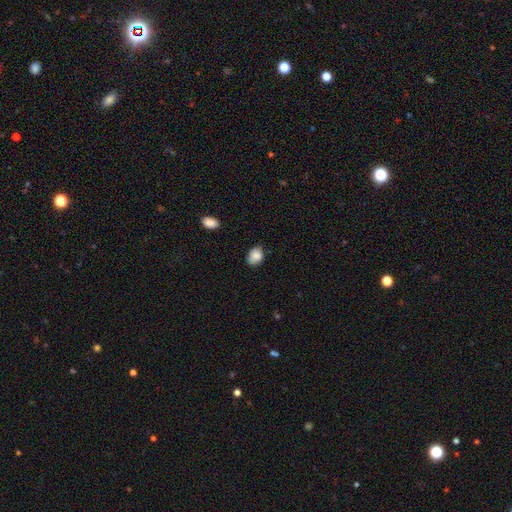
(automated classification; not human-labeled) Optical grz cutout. It shows a smooth galaxy with no disk features (86%) that is in between round and cigar-shaped (70%). Merging: none (68%).